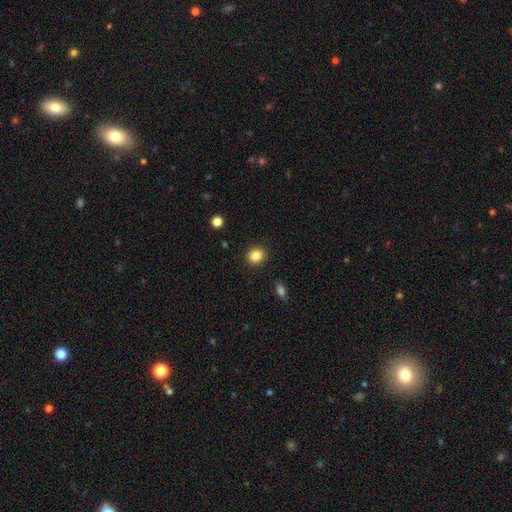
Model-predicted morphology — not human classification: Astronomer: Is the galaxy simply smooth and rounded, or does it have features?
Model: smooth — 85%.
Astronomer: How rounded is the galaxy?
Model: round — 79%.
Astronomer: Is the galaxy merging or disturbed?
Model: none — 91%.